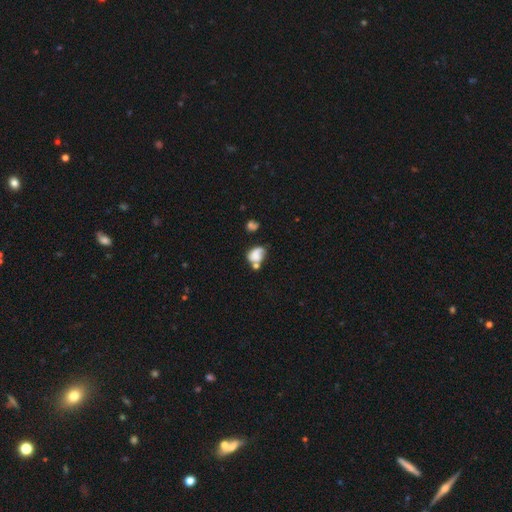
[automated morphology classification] smooth 61%, featured or disk 27%, star or artifact 11%. Down the decision tree: how rounded — in between (66%); merging — merger (33%).